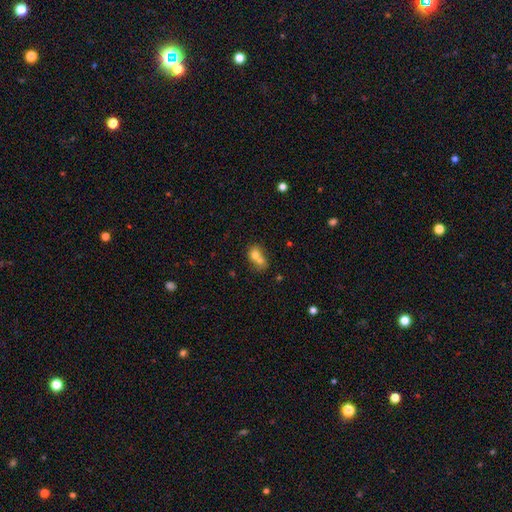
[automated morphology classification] A smooth galaxy with no disk features (71%) that is round (58%).

Vote fractions:
- Smooth or featured? smooth: 71% / featured or disk: 19% / star or artifact: 10%
- How rounded? round: 58% / in between: 41% / cigar-shaped: 1%
- Merging? merger: 68% / none: 23% / minor disturbance: 7% / major disturbance: 3%